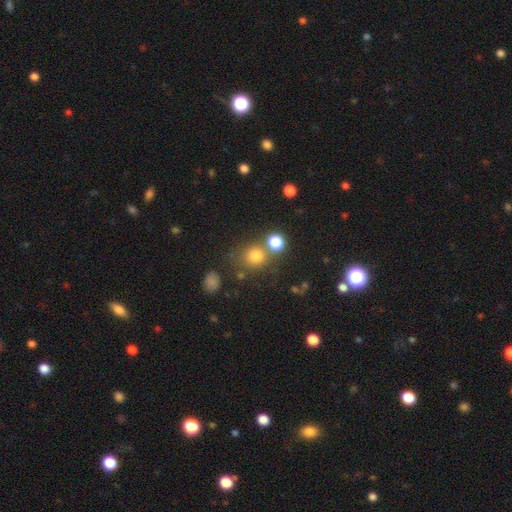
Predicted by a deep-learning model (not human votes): Smooth or featured: smooth — 76% (star or artifact — 17%)
How rounded: round — 86% (in between — 13%)
Merging: none — 65% (merger — 20%)